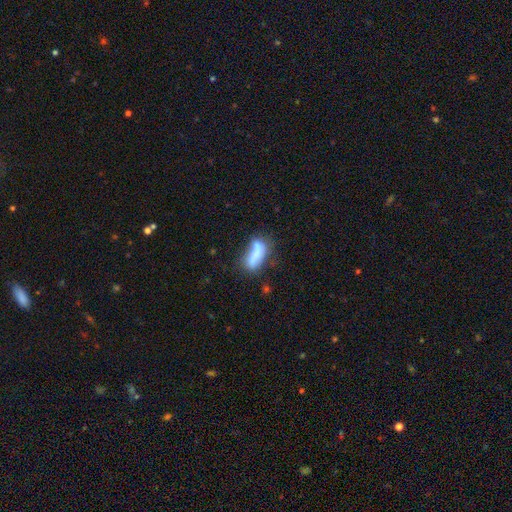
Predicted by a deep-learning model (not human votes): Q: Smooth or featured?
A: smooth (68%); runner-up: featured or disk (23%)
Q: How rounded?
A: in between (56%); runner-up: cigar-shaped (41%)
Q: Merging?
A: none (38%); runner-up: minor disturbance (24%)